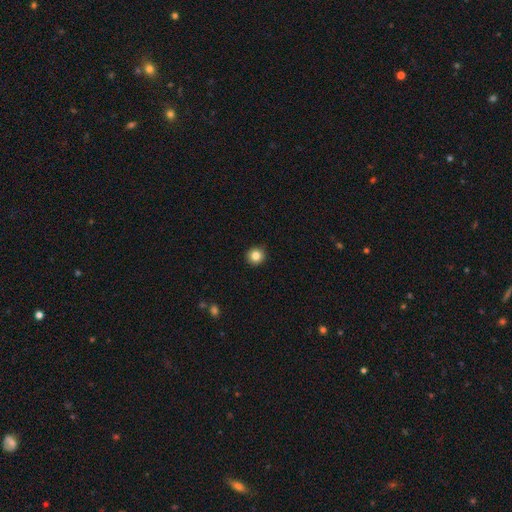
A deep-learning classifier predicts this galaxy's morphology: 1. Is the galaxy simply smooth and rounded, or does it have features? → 84% smooth, 11% star or artifact, 5% featured or disk.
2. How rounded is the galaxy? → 94% round, 6% in between, 1% cigar-shaped.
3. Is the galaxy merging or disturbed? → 93% none, 5% minor disturbance, 1% major disturbance, 1% merger.